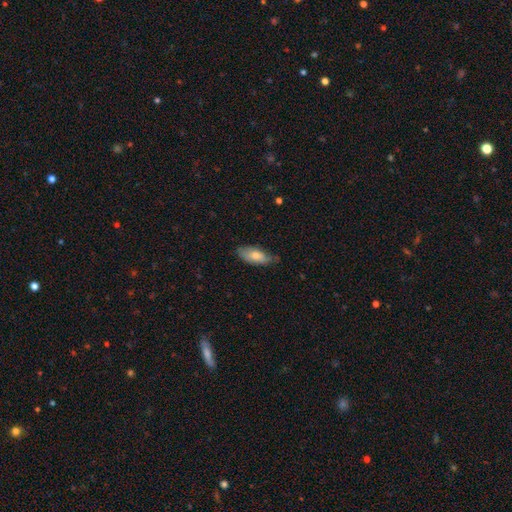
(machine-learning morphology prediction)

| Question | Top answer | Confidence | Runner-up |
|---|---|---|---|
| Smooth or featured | smooth | 74% | featured or disk (20%) |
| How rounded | in between | 83% | cigar-shaped (15%) |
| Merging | none | 60% | minor disturbance (33%) |